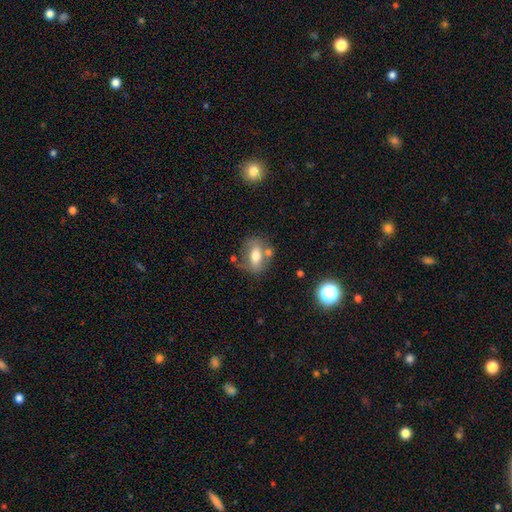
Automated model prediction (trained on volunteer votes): smooth-or-featured: smooth: 53% | featured or disk: 38% | star or artifact: 9%
  how-rounded: in between: 69% | round: 28% | cigar-shaped: 4%
  merging: none: 54% | minor disturbance: 21% | merger: 16% | major disturbance: 10%